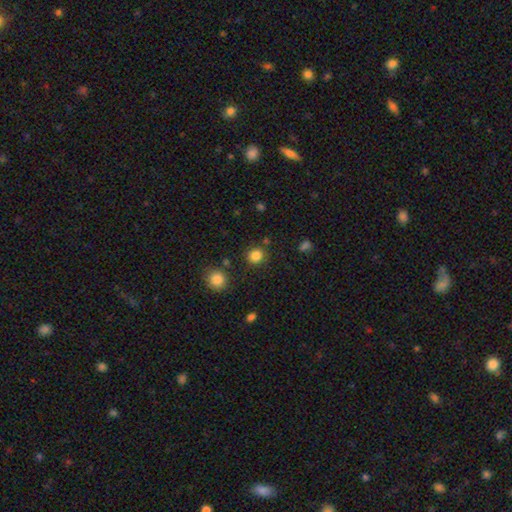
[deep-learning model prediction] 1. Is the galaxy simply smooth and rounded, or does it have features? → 84% smooth, 12% star or artifact, 4% featured or disk.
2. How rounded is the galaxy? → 87% round, 12% in between, 1% cigar-shaped.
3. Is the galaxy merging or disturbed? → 84% none, 8% minor disturbance, 4% merger, 3% major disturbance.